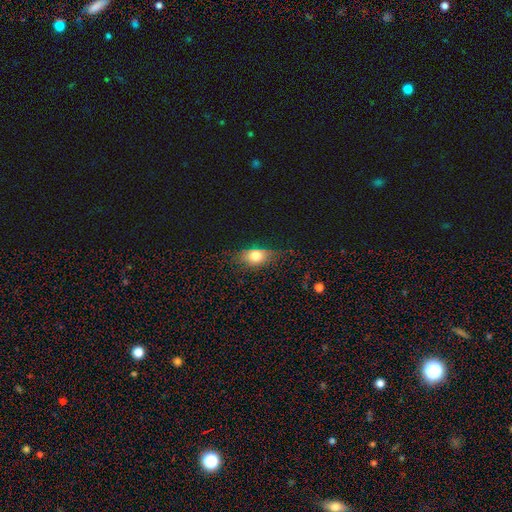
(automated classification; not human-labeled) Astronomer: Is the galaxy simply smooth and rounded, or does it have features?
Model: smooth — 71%.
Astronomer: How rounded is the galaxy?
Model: in between — 73%.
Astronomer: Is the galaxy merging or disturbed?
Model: none — 71%.